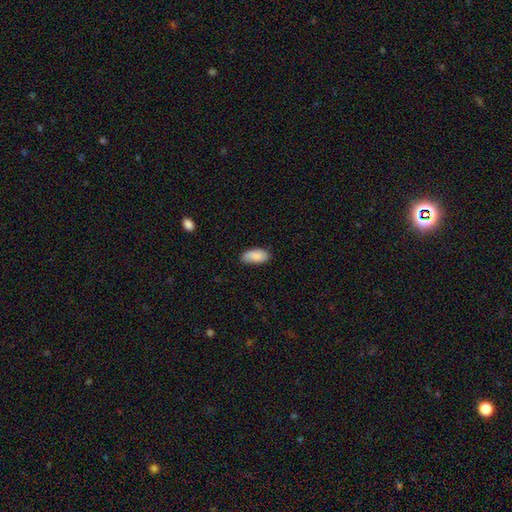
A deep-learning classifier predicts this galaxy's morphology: Smooth or featured? smooth (88%)
How rounded? in between (93%)
Merging? none (77%)